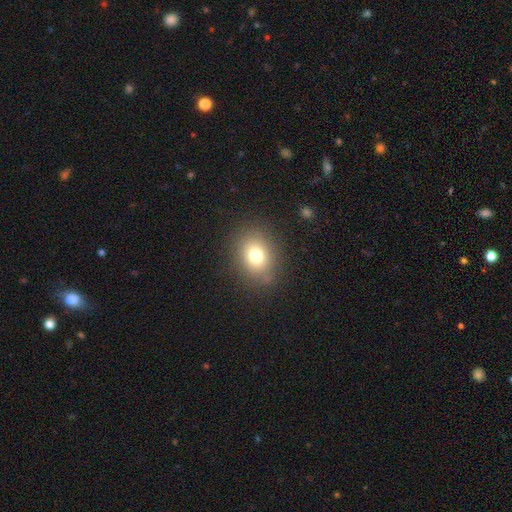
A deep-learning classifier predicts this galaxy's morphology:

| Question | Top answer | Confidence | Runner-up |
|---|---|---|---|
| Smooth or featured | smooth | 75% | star or artifact (13%) |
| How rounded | round | 51% | in between (48%) |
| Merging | none | 84% | minor disturbance (10%) |